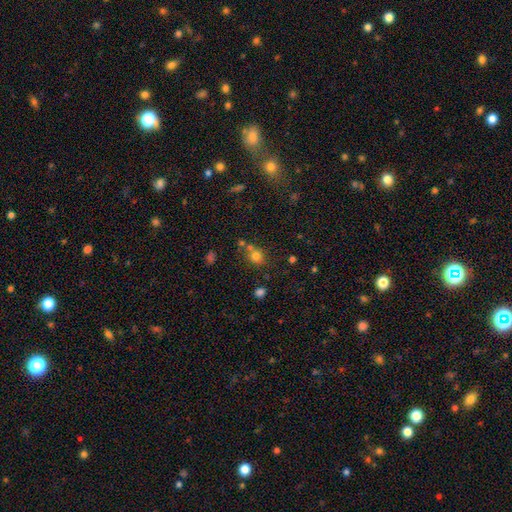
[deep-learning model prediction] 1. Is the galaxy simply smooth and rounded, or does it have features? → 74% smooth, 17% star or artifact, 9% featured or disk.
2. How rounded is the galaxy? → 79% round, 20% in between, 1% cigar-shaped.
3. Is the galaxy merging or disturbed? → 58% none, 25% merger, 12% minor disturbance, 5% major disturbance.